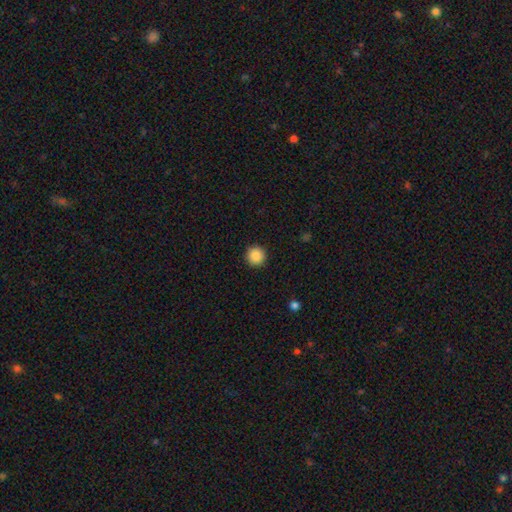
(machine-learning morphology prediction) Smooth or featured?
  - smooth: 88% *
  - star or artifact: 9%
  - featured or disk: 3%
How rounded?
  - round: 95% *
  - in between: 4%
  - cigar-shaped: 1%
Merging?
  - none: 92% *
  - minor disturbance: 5%
  - major disturbance: 2%
  - merger: 1%